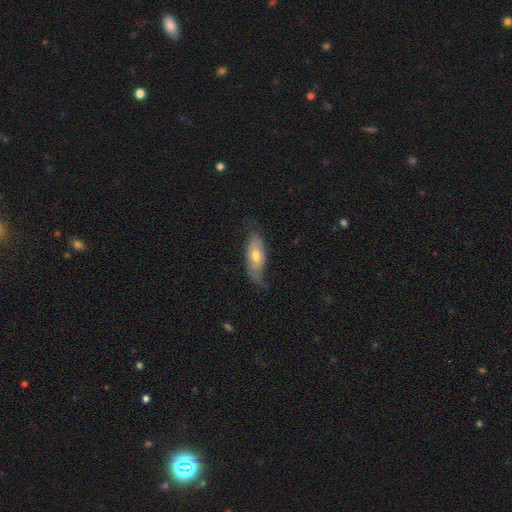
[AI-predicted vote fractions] Overall: smooth (54%; featured or disk 40%). How rounded: in between (79%). Merging: none (56%; minor disturbance 30%).